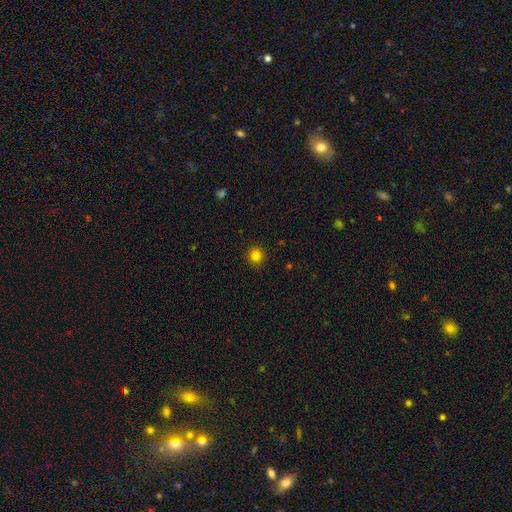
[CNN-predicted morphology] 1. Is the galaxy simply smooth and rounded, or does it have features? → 81% smooth, 14% star or artifact, 5% featured or disk.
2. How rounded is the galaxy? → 93% round, 7% in between, 1% cigar-shaped.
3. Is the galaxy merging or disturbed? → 92% none, 5% minor disturbance, 2% major disturbance, 1% merger.